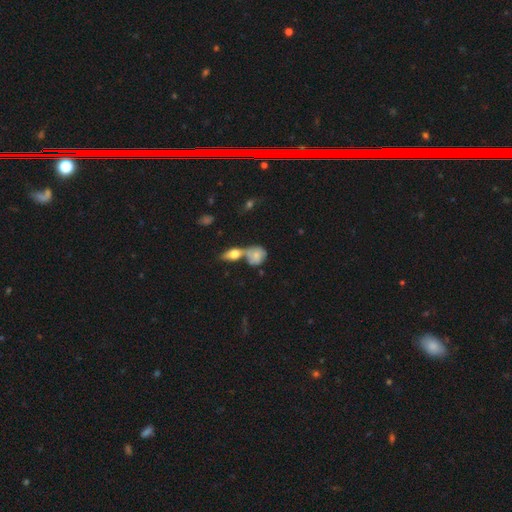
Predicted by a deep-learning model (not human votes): A smooth galaxy with no disk features (64%) that is round (58%).

Vote fractions:
- Smooth or featured? smooth: 64% / featured or disk: 26% / star or artifact: 10%
- How rounded? round: 58% / in between: 38% / cigar-shaped: 4%
- Merging? merger: 48% / none: 32% / minor disturbance: 13% / major disturbance: 6%